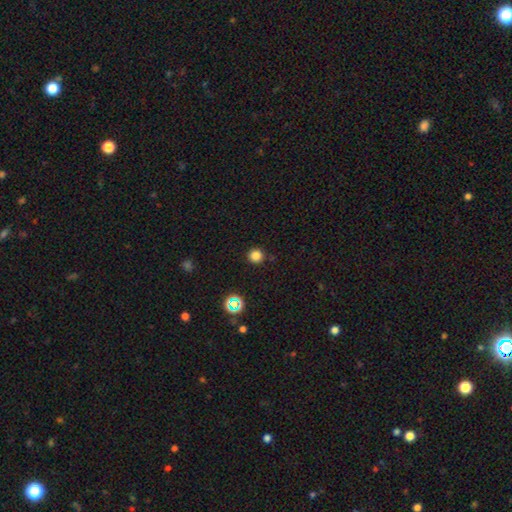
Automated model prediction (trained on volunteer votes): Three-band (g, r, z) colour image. It shows a smooth galaxy with no disk features (80%) that is round (95%). Merging: none (90%).